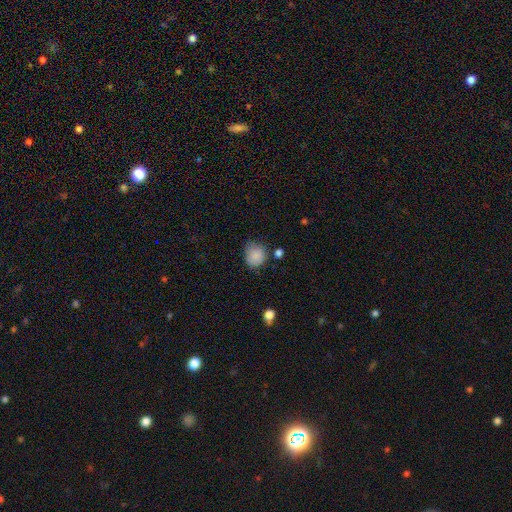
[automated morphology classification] Smooth or featured: smooth — 85% (star or artifact — 9%)
How rounded: round — 69% (in between — 30%)
Merging: none — 59% (minor disturbance — 30%)